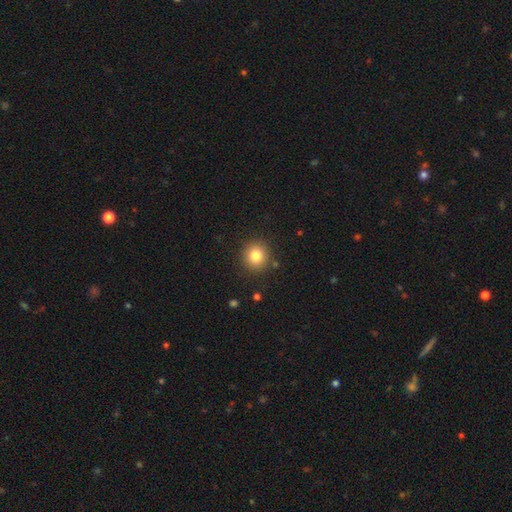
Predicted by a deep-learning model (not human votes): The model was most divided on "smooth or featured": smooth: 81%, star or artifact: 11%, featured or disk: 7%. More confident: how rounded — round (90%); merging — none (89%).